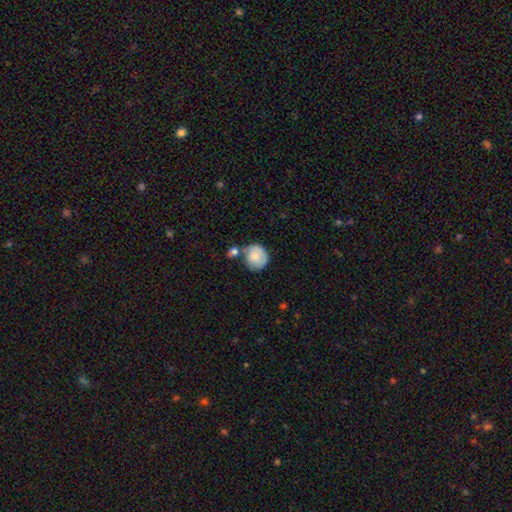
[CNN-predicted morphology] Smooth or featured? Predicted: smooth (p=0.75). How rounded? Predicted: round (p=0.80). Merging? Predicted: none (p=0.47).